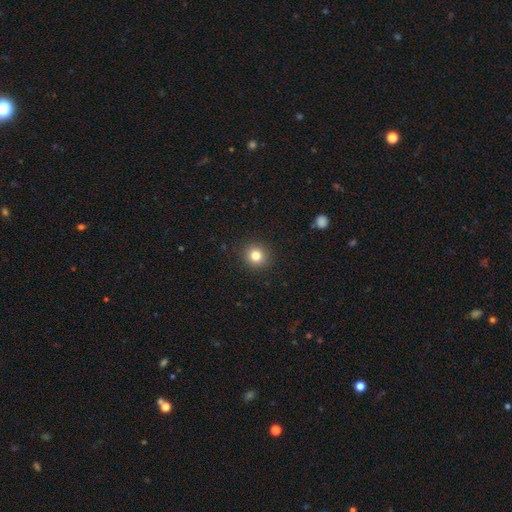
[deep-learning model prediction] A smooth galaxy with no disk features (81%) that is round (92%). Merging: none (92%).